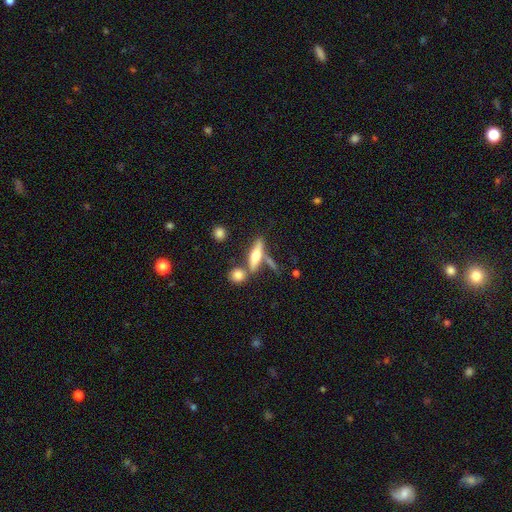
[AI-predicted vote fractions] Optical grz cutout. It shows a smooth galaxy with no disk features (49%). Merging: none (58%).